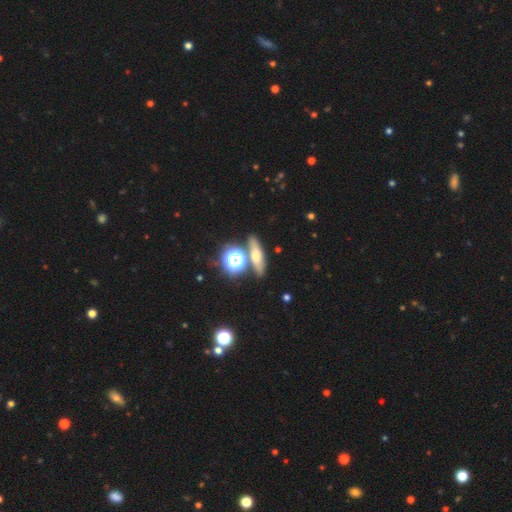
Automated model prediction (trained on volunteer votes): Smooth or featured? Predicted: smooth (p=0.47). Merging? Predicted: none (p=0.76).